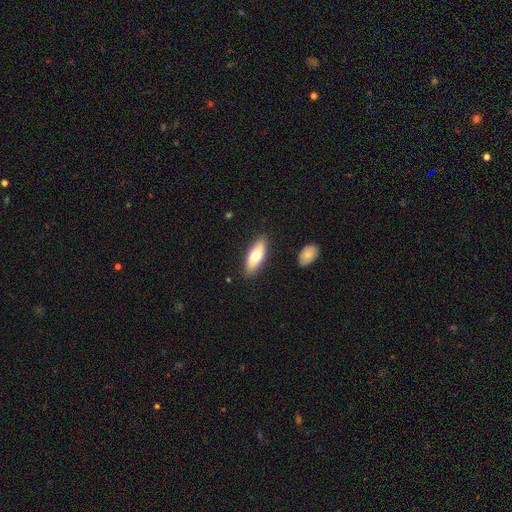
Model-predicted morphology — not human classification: A smooth galaxy with no disk features (69%) that is in between round and cigar-shaped (74%).

Vote fractions:
- Smooth or featured? smooth: 69% / featured or disk: 25% / star or artifact: 6%
- How rounded? in between: 74% / cigar-shaped: 23% / round: 2%
- Merging? none: 86% / minor disturbance: 10% / major disturbance: 2% / merger: 2%